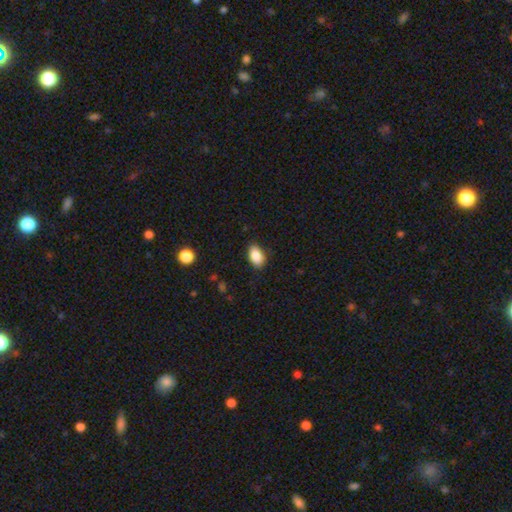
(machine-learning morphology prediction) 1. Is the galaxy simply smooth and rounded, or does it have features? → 86% smooth, 8% star or artifact, 6% featured or disk.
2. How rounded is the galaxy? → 90% in between, 8% round, 2% cigar-shaped.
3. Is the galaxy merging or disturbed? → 84% none, 12% minor disturbance, 2% major disturbance, 1% merger.